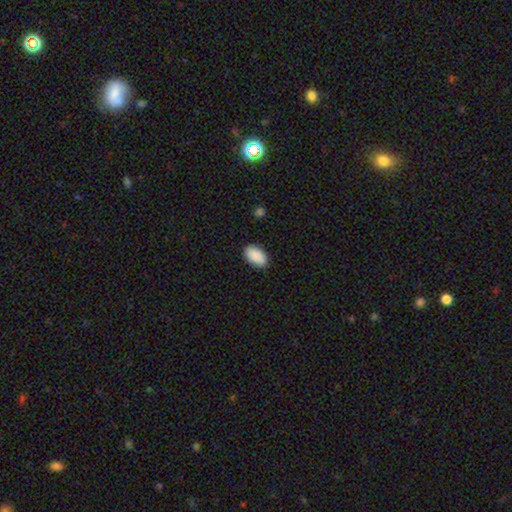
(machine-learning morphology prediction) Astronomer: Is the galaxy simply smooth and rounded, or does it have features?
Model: smooth — 91%.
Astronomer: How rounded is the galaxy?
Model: in between — 95%.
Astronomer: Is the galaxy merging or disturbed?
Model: none — 88%.